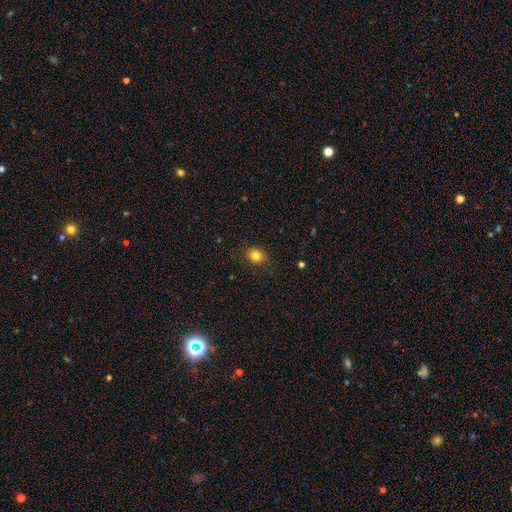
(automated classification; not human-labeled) This is clearly a smooth galaxy (82%). How rounded: likely round (63%). Merging: clearly none (86%).